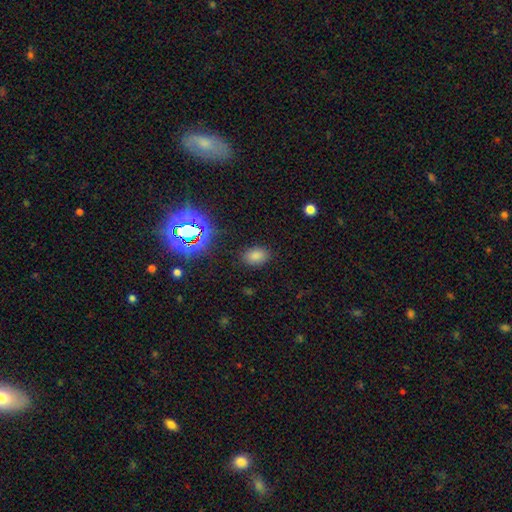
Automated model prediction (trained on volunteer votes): Smooth or featured? Predicted: smooth (p=0.75). How rounded? Predicted: in between (p=0.81). Merging? Predicted: none (p=0.85).